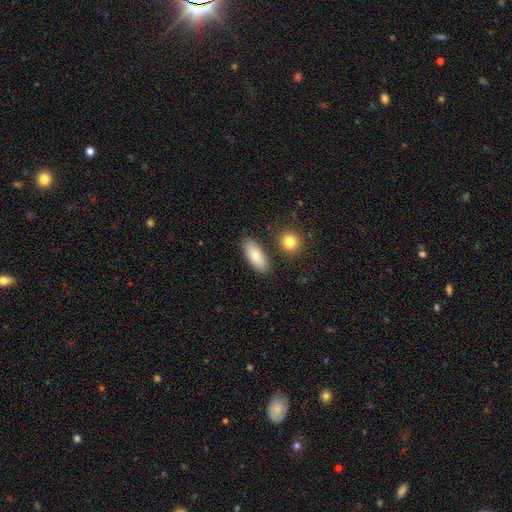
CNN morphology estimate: A smooth galaxy with no disk features (81%) that is in between round and cigar-shaped (80%). Merging: none (82%).